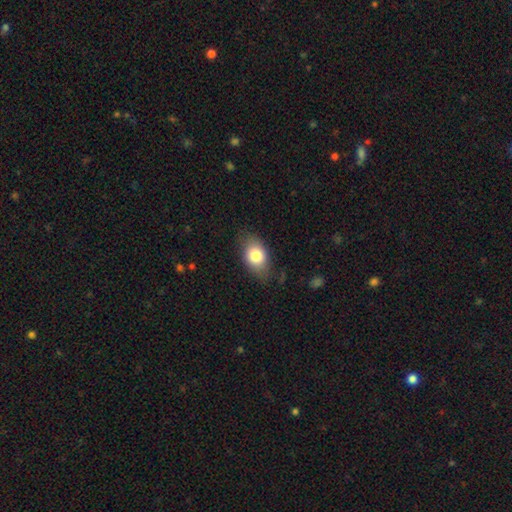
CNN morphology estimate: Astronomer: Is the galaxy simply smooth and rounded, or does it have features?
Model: smooth — 81%.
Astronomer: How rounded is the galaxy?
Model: in between — 83%.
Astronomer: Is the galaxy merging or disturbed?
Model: none — 75%.